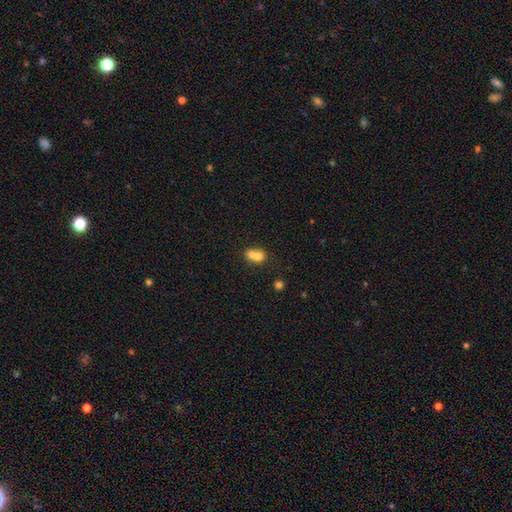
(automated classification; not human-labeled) Q: Smooth or featured?
A: smooth (70%); runner-up: featured or disk (19%)
Q: How rounded?
A: round (62%); runner-up: in between (37%)
Q: Merging?
A: merger (68%); runner-up: none (23%)